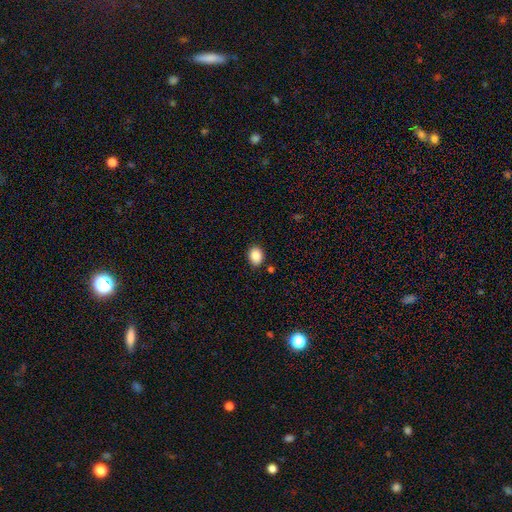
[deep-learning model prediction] This is clearly a smooth galaxy (87%). How rounded: likely in between (61%). Merging: clearly none (86%).